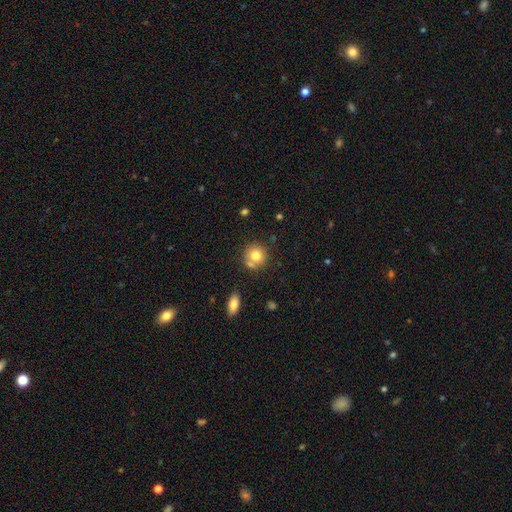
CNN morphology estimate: smooth_or_featured: smooth (p=0.76) [alt: featured or disk p=0.14]
how_rounded: round (p=0.89) [alt: in between p=0.10]
merging: none (p=0.65) [alt: merger p=0.19]